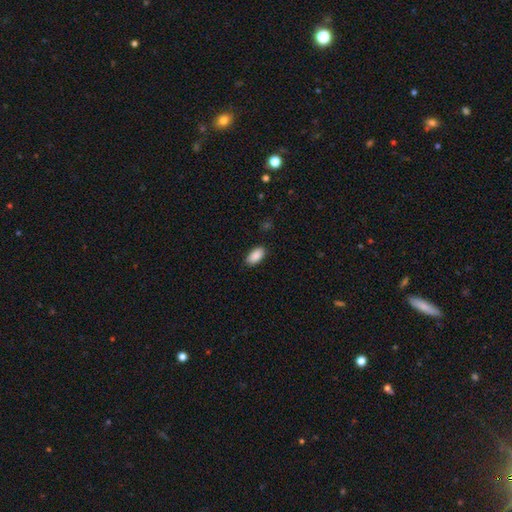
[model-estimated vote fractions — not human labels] This appears to be a smooth galaxy with no disk features (90%) that is in between round and cigar-shaped (94%). Merging: none (87%).